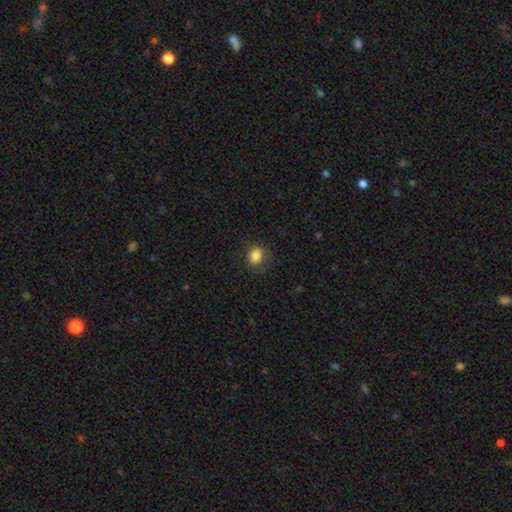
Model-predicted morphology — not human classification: This is clearly a smooth galaxy (84%). How rounded: possibly in between (51%). Merging: likely none (76%).